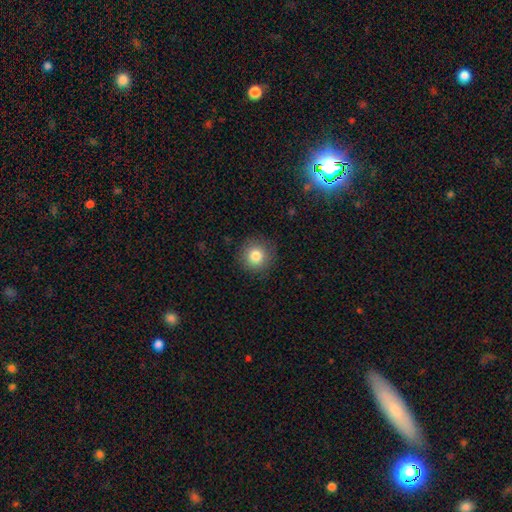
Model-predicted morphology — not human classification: A smooth galaxy with no disk features (82%) that is round (95%). Merging: none (89%).